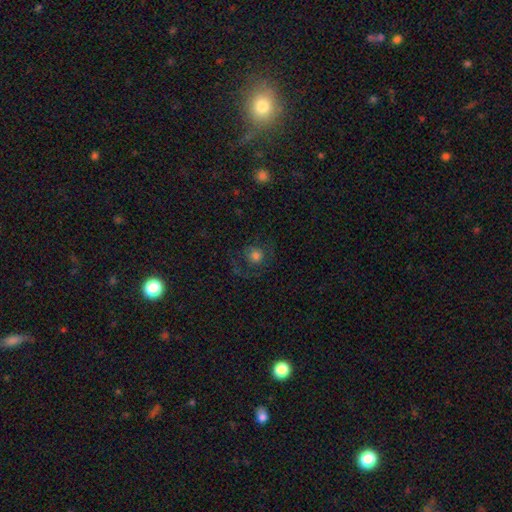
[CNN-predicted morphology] A smooth galaxy with no disk features (59%) that is round (88%). Merging: none (62%).